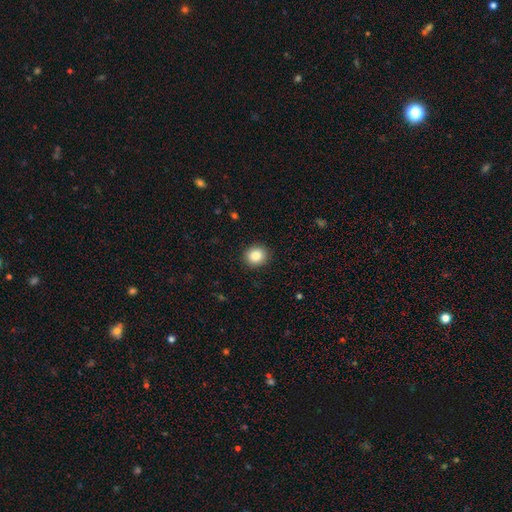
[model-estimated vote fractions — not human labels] Morphology: type=smooth (85%); roundness=round (86%); merging=none (92%).